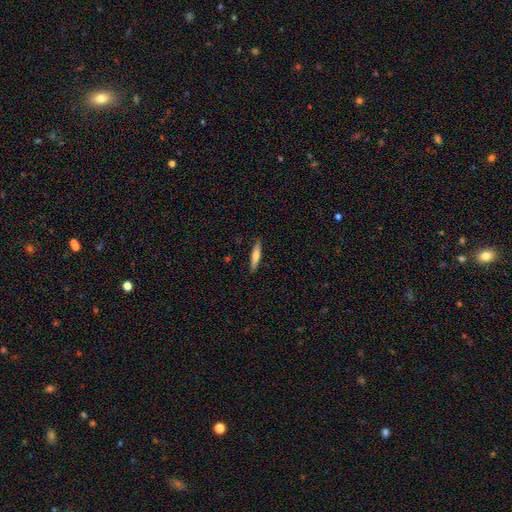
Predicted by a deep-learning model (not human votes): Morphology: type=smooth (63%); roundness=cigar-shaped (82%); merging=none (88%).